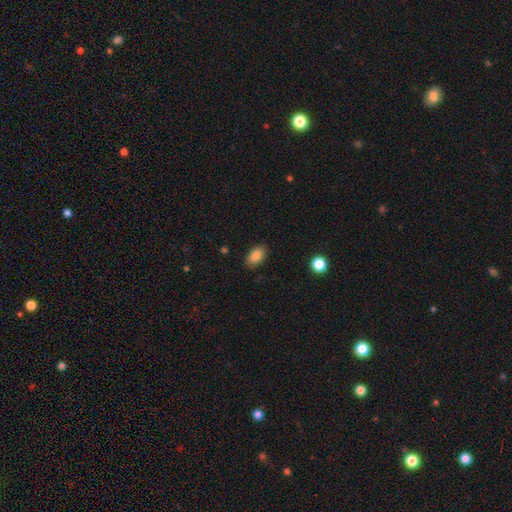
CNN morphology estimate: This appears to be a smooth galaxy with no disk features (86%) that is in between round and cigar-shaped (90%). Merging: none (86%).